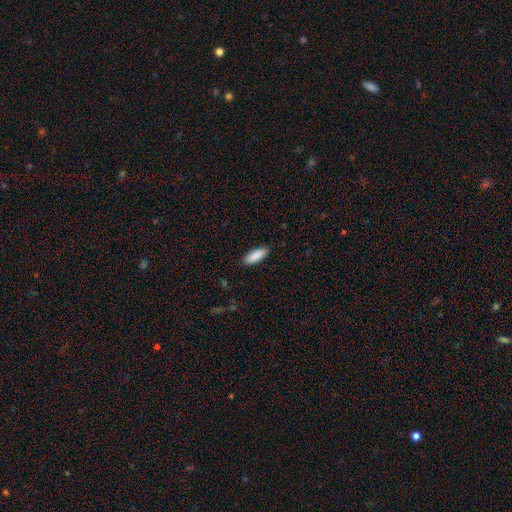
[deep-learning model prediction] This appears to be a smooth galaxy with no disk features (90%) that is in between round and cigar-shaped (68%). Merging: none (89%).